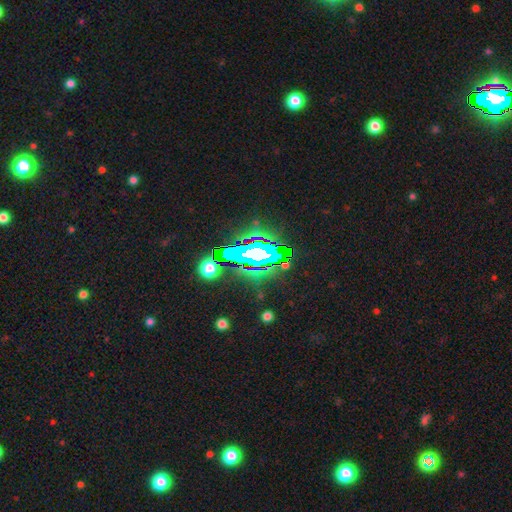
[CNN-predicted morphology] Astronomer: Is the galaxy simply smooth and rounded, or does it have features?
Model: star or artifact — 75%.